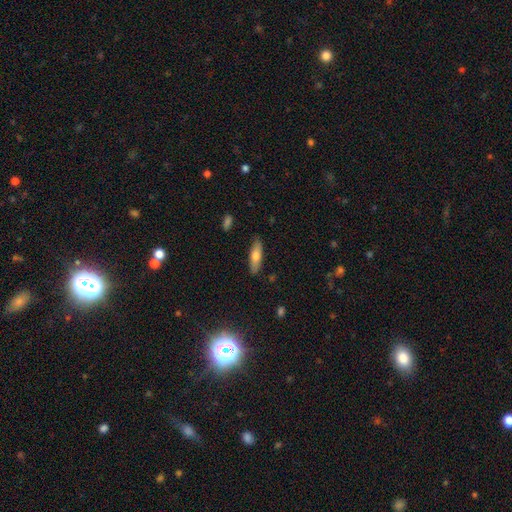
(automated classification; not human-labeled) smooth_or_featured: smooth (p=0.68) [alt: featured or disk p=0.25]
how_rounded: cigar-shaped (p=0.58) [alt: in between p=0.40]
merging: none (p=0.86) [alt: minor disturbance p=0.10]